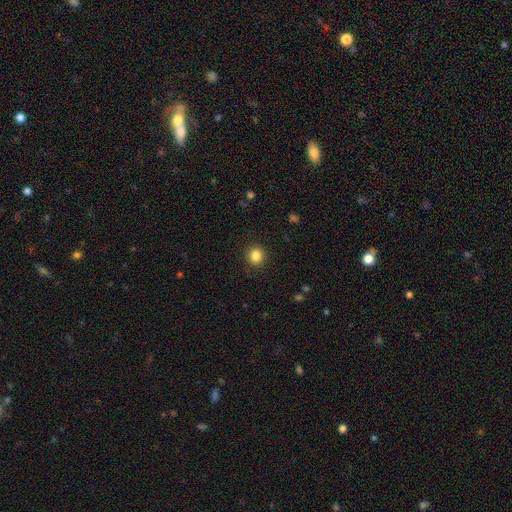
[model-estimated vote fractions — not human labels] Q: Smooth or featured?
A: smooth (85%); runner-up: star or artifact (11%)
Q: How rounded?
A: round (89%); runner-up: in between (10%)
Q: Merging?
A: none (91%); runner-up: minor disturbance (6%)